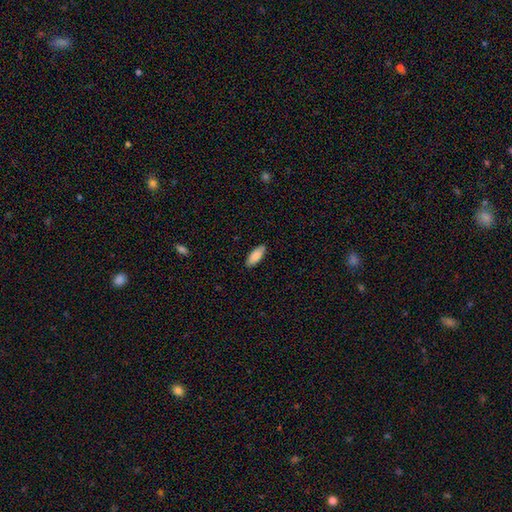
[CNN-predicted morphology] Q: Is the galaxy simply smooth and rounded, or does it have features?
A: smooth — 88%.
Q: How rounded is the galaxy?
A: in between — 80%.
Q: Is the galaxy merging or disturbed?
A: none — 87%.